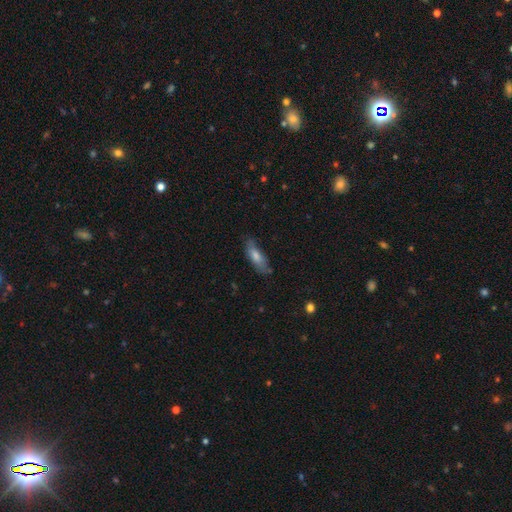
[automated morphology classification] A smooth galaxy with no disk features (63%) that is in between round and cigar-shaped (53%). Merging: none (70%).